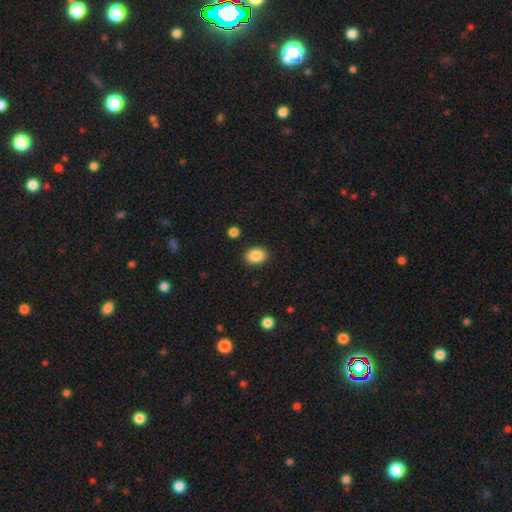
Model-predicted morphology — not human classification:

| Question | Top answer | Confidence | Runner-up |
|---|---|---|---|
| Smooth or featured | smooth | 88% | star or artifact (8%) |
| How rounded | in between | 61% | round (38%) |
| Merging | none | 88% | minor disturbance (8%) |